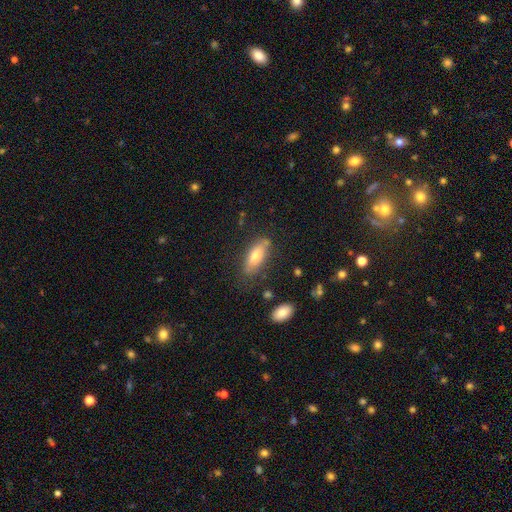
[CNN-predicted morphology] This is likely a smooth galaxy (70%). How rounded: likely in between (74%). Merging: likely none (73%).